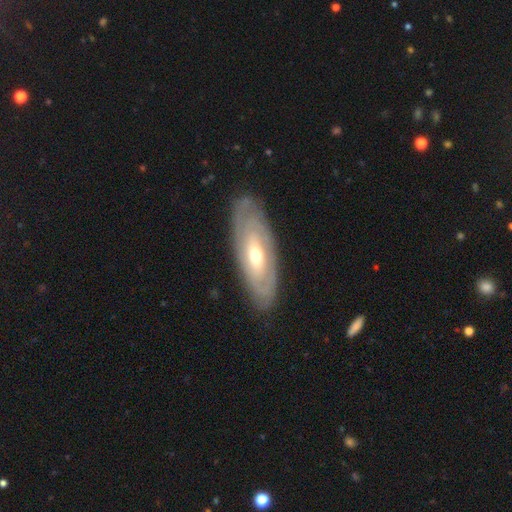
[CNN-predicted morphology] Overall: featured or disk (70%). Edge-on disk: no (82%). Bar: no (62%; weak 28%). Spiral arms: yes (61%; no 39%). Bulge size: moderate (59%; small 35%). Merging: none (83%).